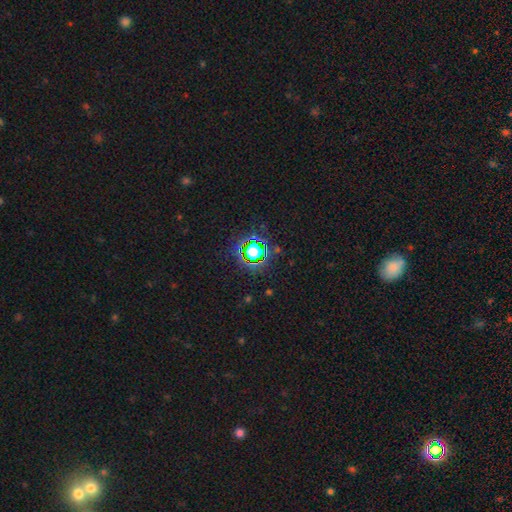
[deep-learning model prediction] The model was most divided on "smooth or featured": star or artifact: 67%, smooth: 22%, featured or disk: 10%.